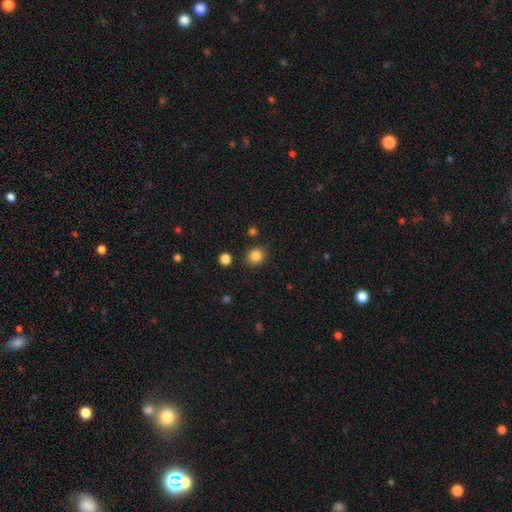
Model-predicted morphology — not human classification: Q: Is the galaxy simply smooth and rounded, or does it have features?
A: smooth — 85%.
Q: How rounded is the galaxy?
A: round — 80%.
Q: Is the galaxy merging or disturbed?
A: none — 86%.